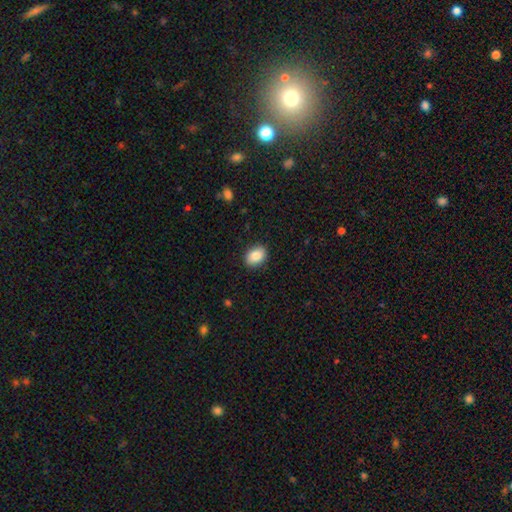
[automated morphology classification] This is clearly a smooth galaxy (88%). How rounded: likely in between (72%). Merging: clearly none (89%).